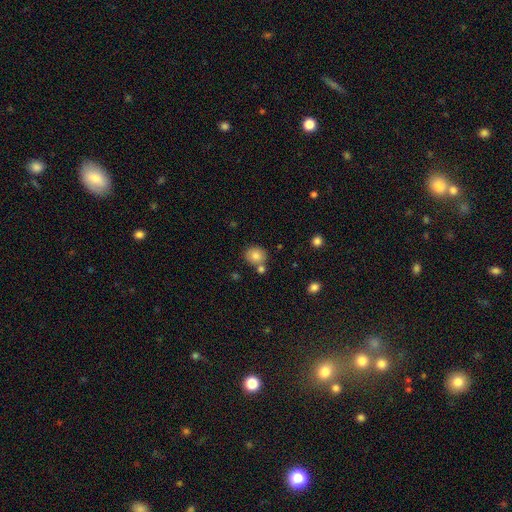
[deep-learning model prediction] smooth_or_featured: smooth (p=0.81) [alt: star or artifact p=0.10]
how_rounded: round (p=0.78) [alt: in between p=0.21]
merging: none (p=0.70) [alt: merger p=0.17]